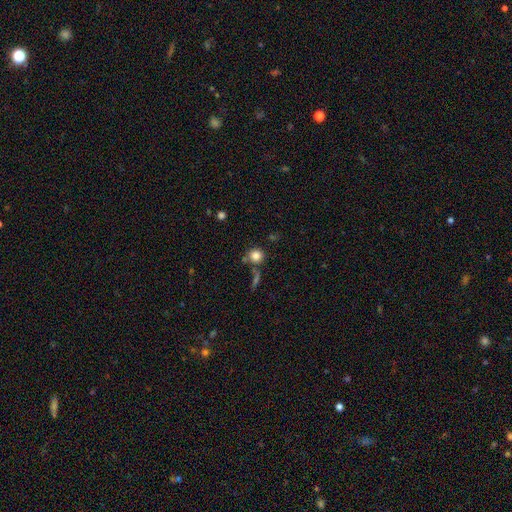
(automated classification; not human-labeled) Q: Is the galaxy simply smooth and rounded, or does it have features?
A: smooth — 82%.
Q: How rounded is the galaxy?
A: round — 91%.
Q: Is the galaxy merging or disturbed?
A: none — 71%.